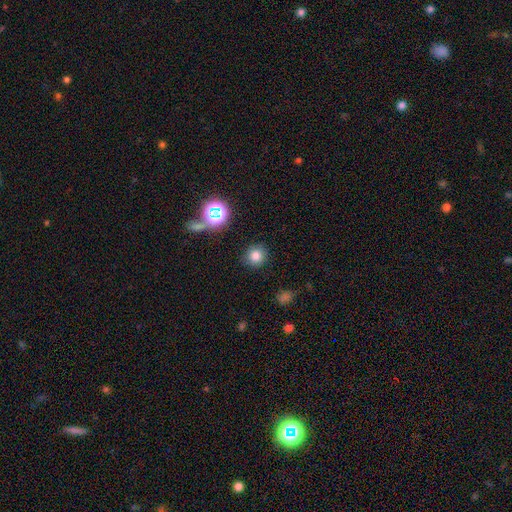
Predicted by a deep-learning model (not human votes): A smooth galaxy with no disk features (78%) that is round (90%). Merging: none (87%).